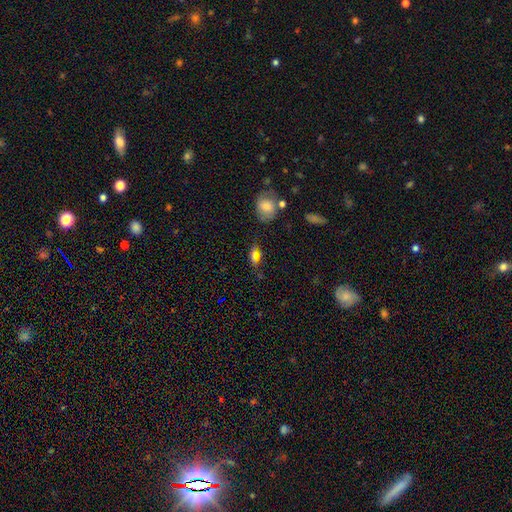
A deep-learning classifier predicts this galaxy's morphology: Smooth or featured? Predicted: smooth (p=0.62). How rounded? Predicted: in between (p=0.72). Merging? Predicted: none (p=0.67).